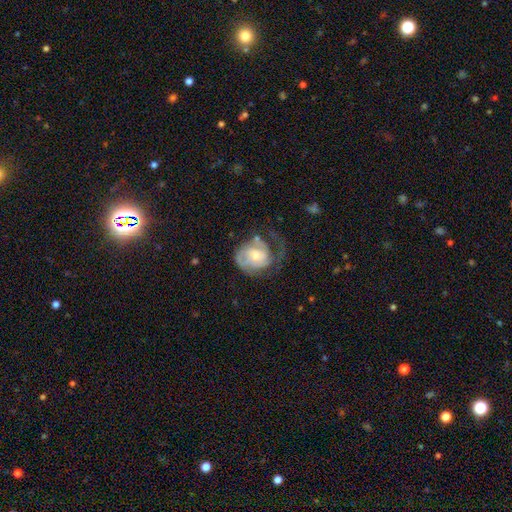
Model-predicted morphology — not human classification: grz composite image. It shows a featured or disk galaxy (65%) with no bar (66%), 2 (34%) tight (41%) spiral arms (82%) and a moderate central bulge (50%). Merging: major disturbance (41%).